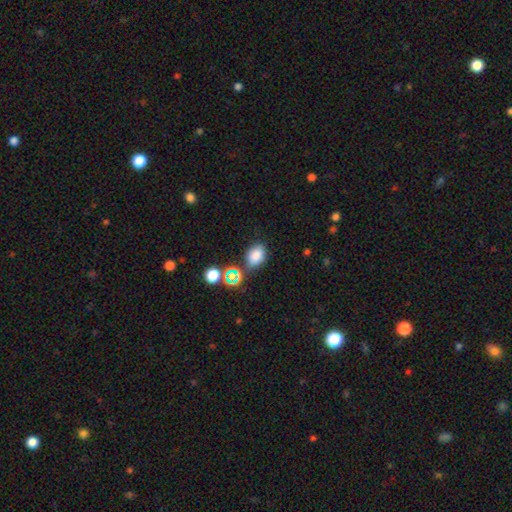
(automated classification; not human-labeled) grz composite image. It shows a smooth galaxy with no disk features (77%) that is in between round and cigar-shaped (70%). Merging: none (70%).